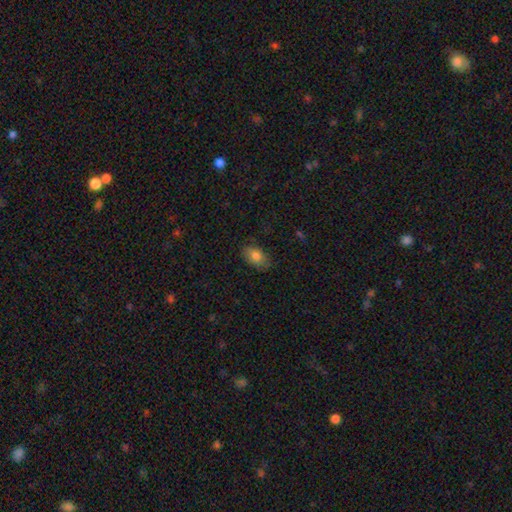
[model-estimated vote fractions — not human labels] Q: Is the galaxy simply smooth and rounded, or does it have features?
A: smooth — 82%.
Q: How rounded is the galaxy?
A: in between — 89%.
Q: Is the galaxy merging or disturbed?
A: none — 79%.